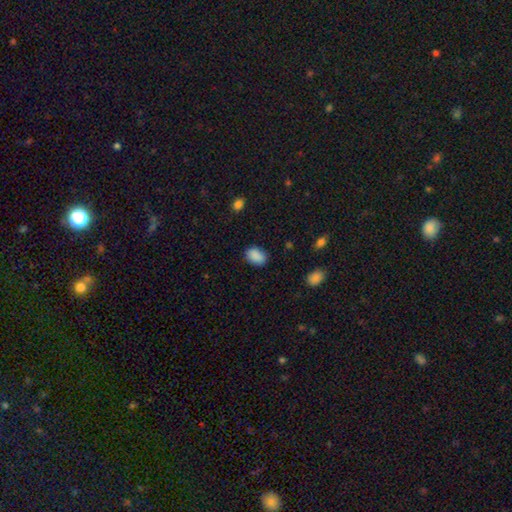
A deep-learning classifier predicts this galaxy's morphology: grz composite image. It shows a smooth galaxy with no disk features (89%) that is in between round and cigar-shaped (81%). Merging: none (82%).